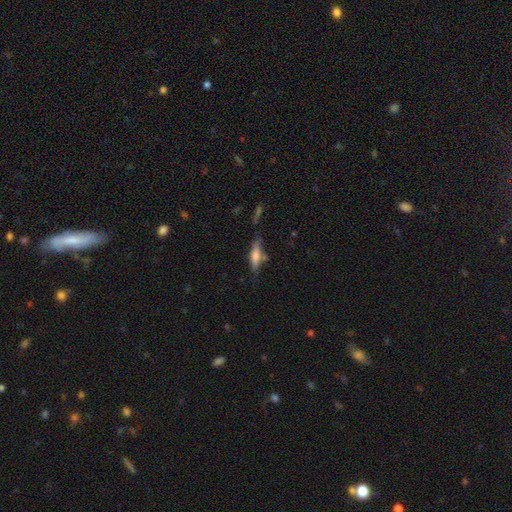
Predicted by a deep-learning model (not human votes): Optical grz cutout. It shows a smooth galaxy with no disk features (55%) that is cigar-shaped (66%). Merging: none (63%).